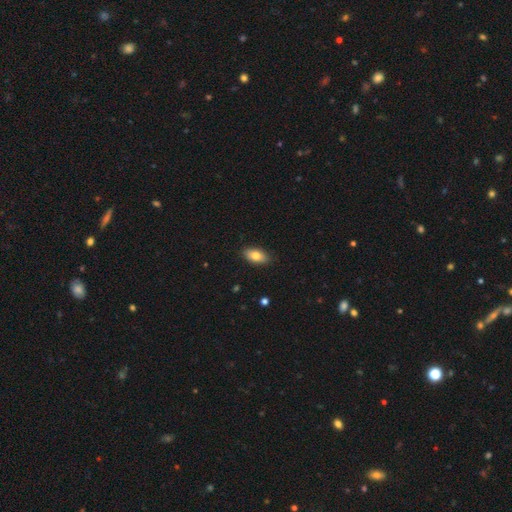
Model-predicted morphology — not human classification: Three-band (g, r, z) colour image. It shows a smooth galaxy with no disk features (78%) that is in between round and cigar-shaped (90%). Merging: none (87%).